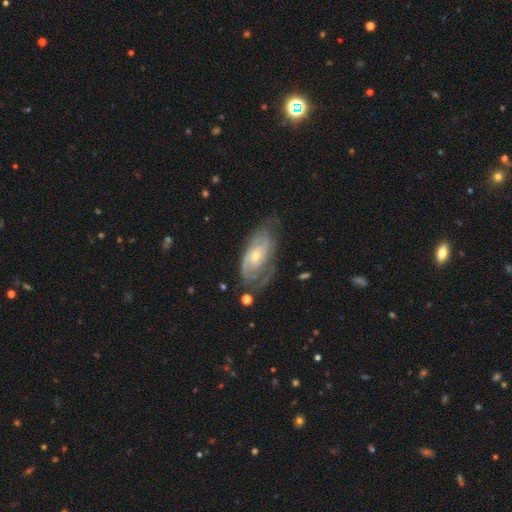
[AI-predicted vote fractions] Smooth or featured: featured or disk — 84% (smooth — 11%)
Edge-on disk: no — 95% (yes — 5%)
Bar: no — 70% (weak — 25%)
Spiral arms: yes — 92% (no — 8%)
Spiral winding: tight — 59% (medium — 32%)
Spiral arm count: 2 — 44% (can't tell — 30%)
Bulge size: small — 55% (moderate — 42%)
Merging: none — 60% (minor disturbance — 24%)